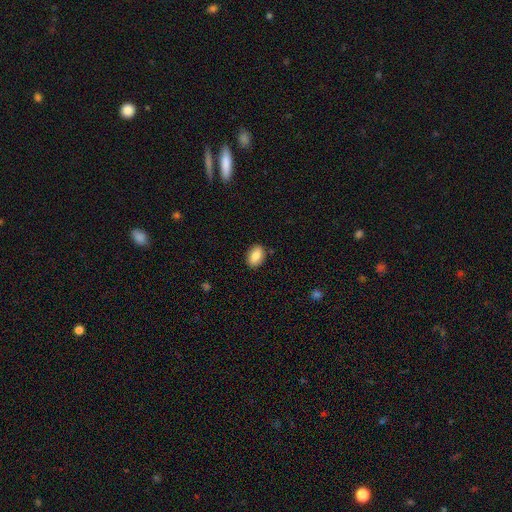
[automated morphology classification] This appears to be a smooth galaxy with no disk features (85%) that is in between round and cigar-shaped (86%). Merging: none (87%).